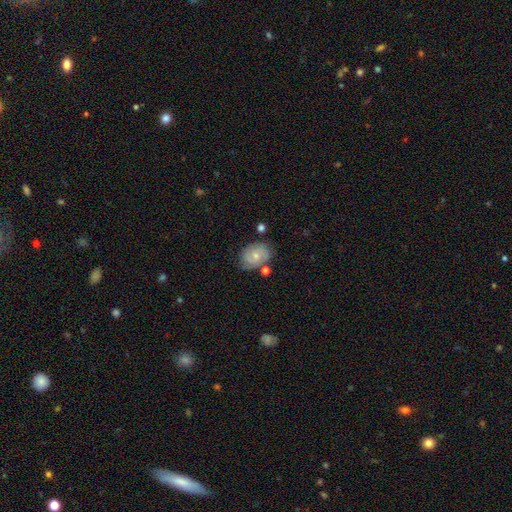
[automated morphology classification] This appears to be a featured or disk galaxy (49%). Merging: none (66%).